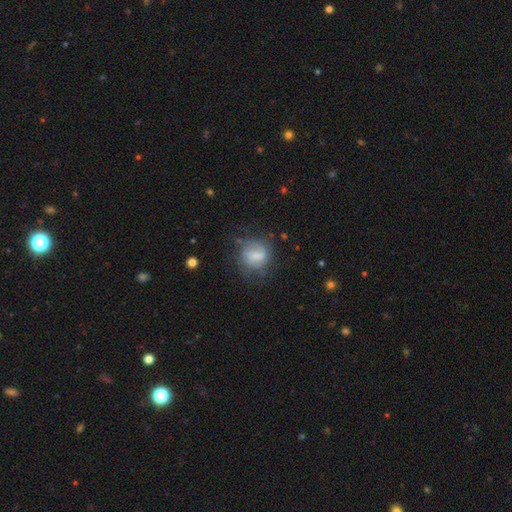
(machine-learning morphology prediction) Q: Smooth or featured?
A: smooth (58%); runner-up: featured or disk (34%)
Q: How rounded?
A: round (71%); runner-up: in between (27%)
Q: Merging?
A: none (57%); runner-up: minor disturbance (25%)